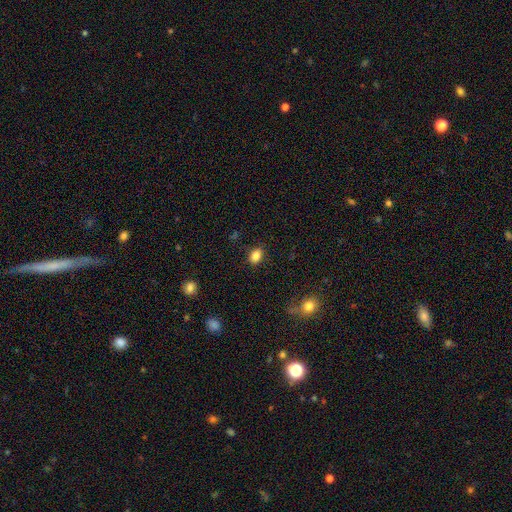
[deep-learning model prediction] Morphology: type=smooth (85%); roundness=in between (74%); merging=none (86%).